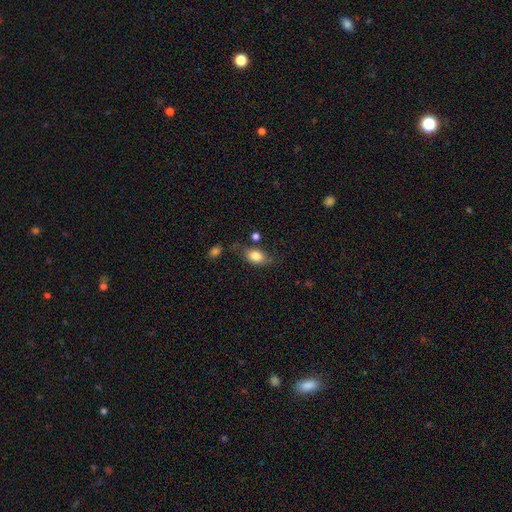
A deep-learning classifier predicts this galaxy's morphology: The model was most divided on "merging": none: 61%, minor disturbance: 24%, major disturbance: 9%, merger: 7%. More confident: how rounded — in between (84%); smooth or featured — smooth (78%).